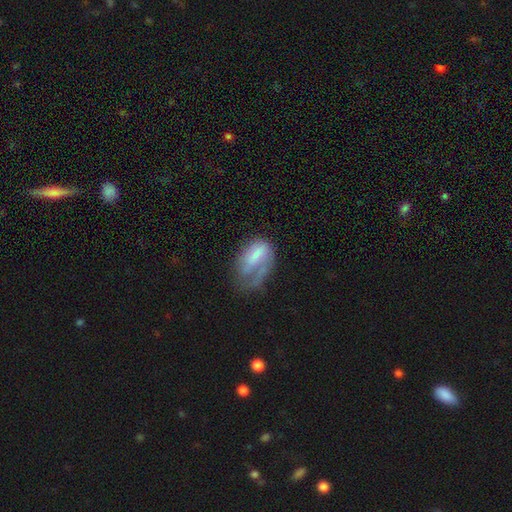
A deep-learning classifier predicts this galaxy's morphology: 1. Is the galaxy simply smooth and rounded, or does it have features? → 51% smooth, 41% featured or disk, 8% star or artifact.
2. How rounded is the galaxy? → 87% in between, 9% round, 4% cigar-shaped.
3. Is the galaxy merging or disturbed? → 45% major disturbance, 25% minor disturbance, 25% none, 5% merger.